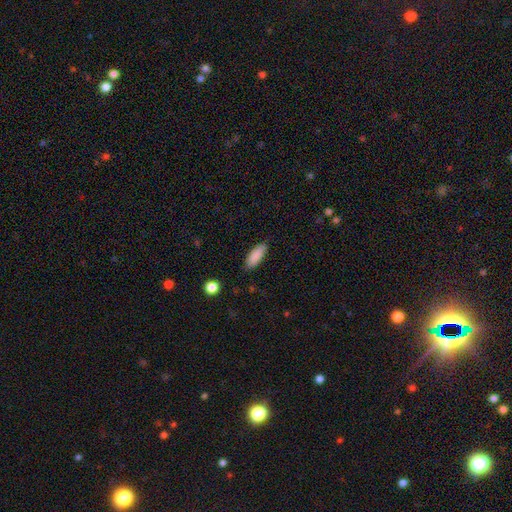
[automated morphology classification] smooth 88%, star or artifact 7%, featured or disk 5%. Down the decision tree: how rounded — in between (70%); merging — none (85%).